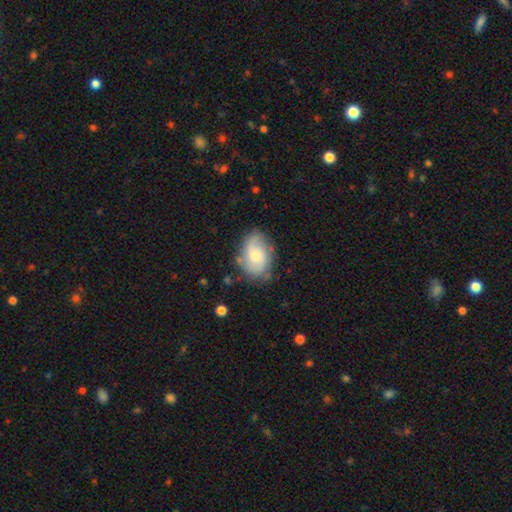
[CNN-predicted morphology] This appears to be a featured or disk galaxy (52%). Merging: none (70%).